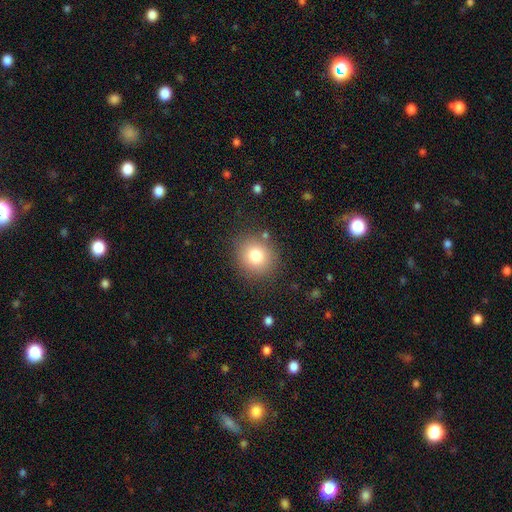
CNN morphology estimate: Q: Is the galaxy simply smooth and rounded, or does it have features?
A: smooth — 80%.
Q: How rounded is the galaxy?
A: round — 85%.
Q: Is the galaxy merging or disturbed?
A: none — 85%.